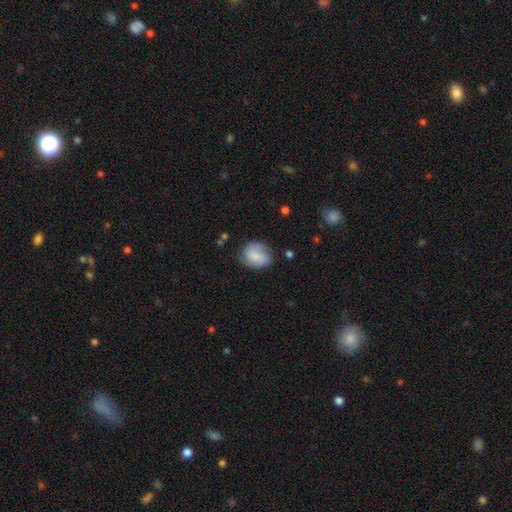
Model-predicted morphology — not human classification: A smooth galaxy with no disk features (70%) that is round (52%). Merging: none (63%).